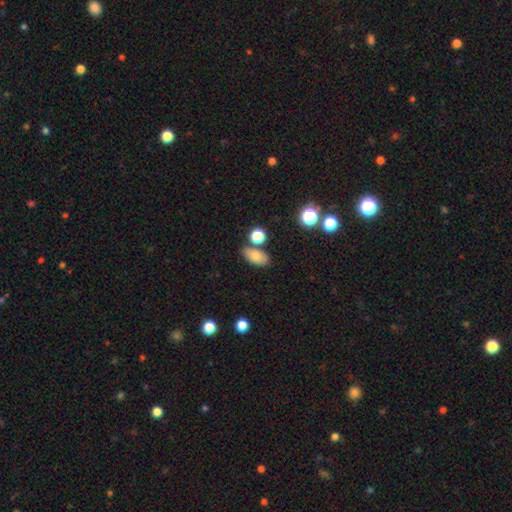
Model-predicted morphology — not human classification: Smooth or featured? smooth (79%)
How rounded? in between (88%)
Merging? none (70%)